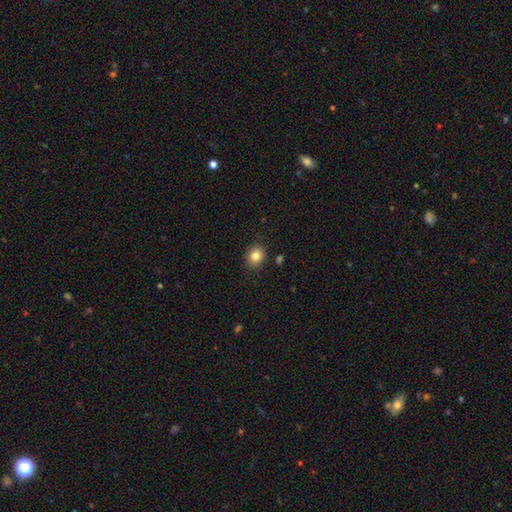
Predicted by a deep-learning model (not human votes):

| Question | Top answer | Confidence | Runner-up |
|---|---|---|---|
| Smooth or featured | smooth | 83% | star or artifact (10%) |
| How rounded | round | 64% | in between (35%) |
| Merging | none | 87% | minor disturbance (9%) |